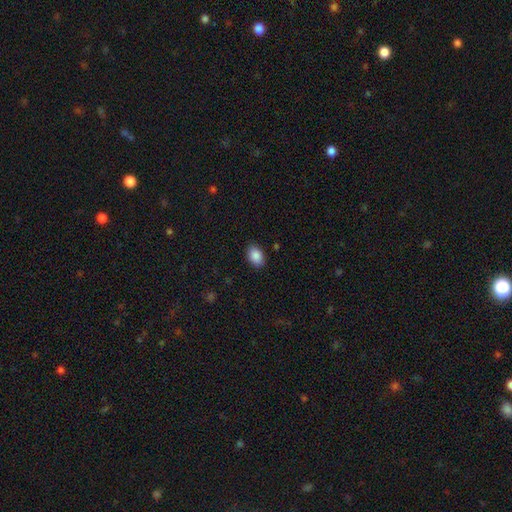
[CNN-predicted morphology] Smooth or featured?
  - smooth: 89% *
  - star or artifact: 8%
  - featured or disk: 4%
How rounded?
  - in between: 83% *
  - round: 16%
  - cigar-shaped: 1%
Merging?
  - none: 87% *
  - minor disturbance: 9%
  - major disturbance: 2%
  - merger: 1%